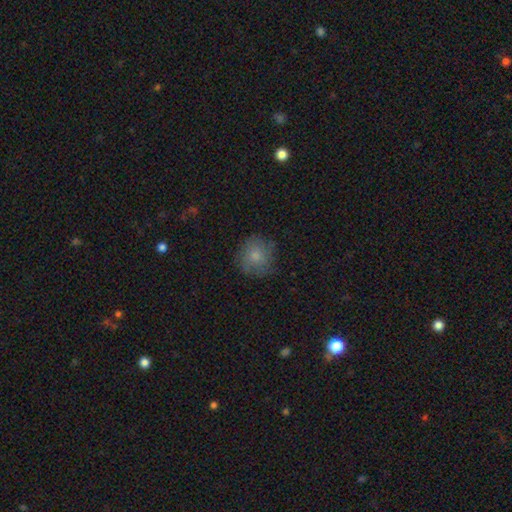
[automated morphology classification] smooth-or-featured: smooth: 78% | featured or disk: 13% | star or artifact: 9%
  how-rounded: round: 88% | in between: 11% | cigar-shaped: 1%
  merging: none: 76% | minor disturbance: 17% | major disturbance: 6% | merger: 1%